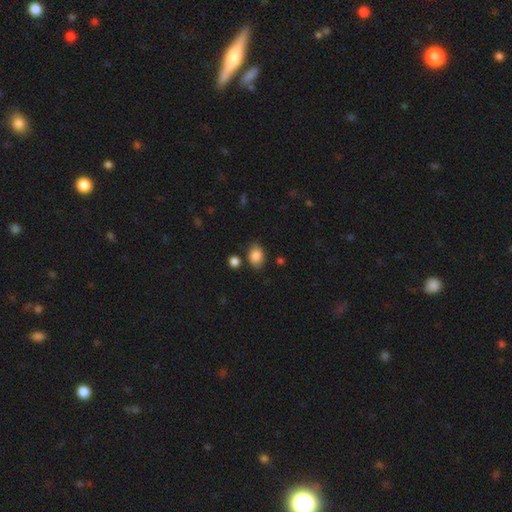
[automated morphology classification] This appears to be a smooth galaxy with no disk features (86%) that is in between round and cigar-shaped (70%). Merging: none (73%).